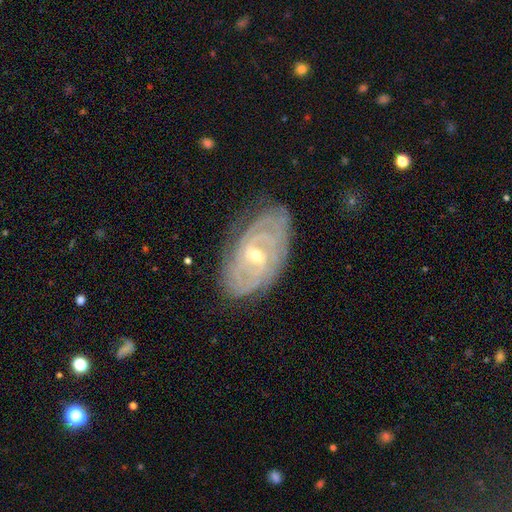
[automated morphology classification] featured or disk 87%, smooth 7%, star or artifact 5%. Down the decision tree: edge-on disk — no (95%); bar — weak (48%); spiral arms — yes (96%); spiral arm count — can't tell (32%); spiral winding — tight (77%); bulge size — small (56%); merging — none (79%).